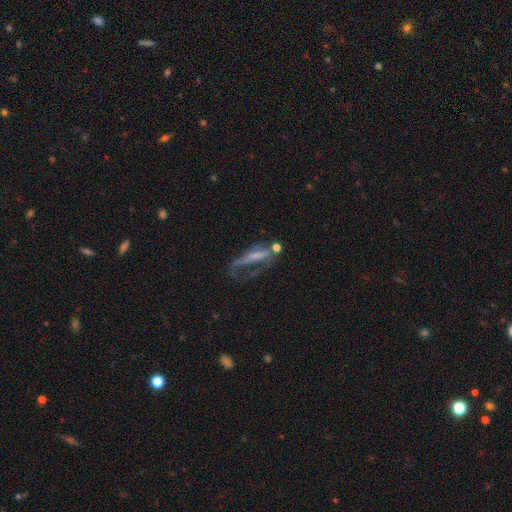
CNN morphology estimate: Smooth or featured: featured or disk — 56% (smooth — 31%)
Edge-on disk: no — 57% (yes — 43%)
Merging: major disturbance — 42% (none — 28%)